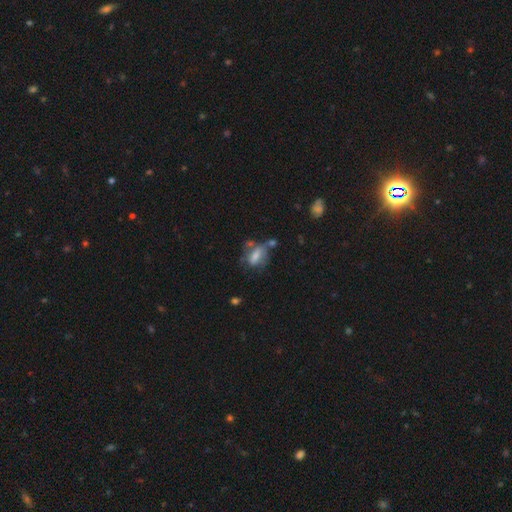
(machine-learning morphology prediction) type=smooth (56%); roundness=in between (80%); merging=none (34%).